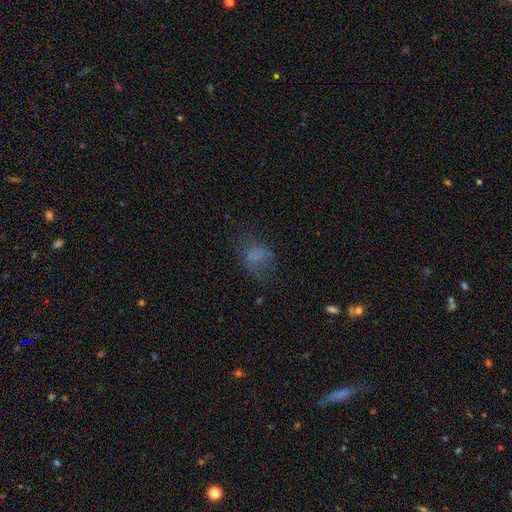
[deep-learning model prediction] Smooth or featured? Predicted: smooth (p=0.60). How rounded? Predicted: in between (p=0.67). Merging? Predicted: none (p=0.46).